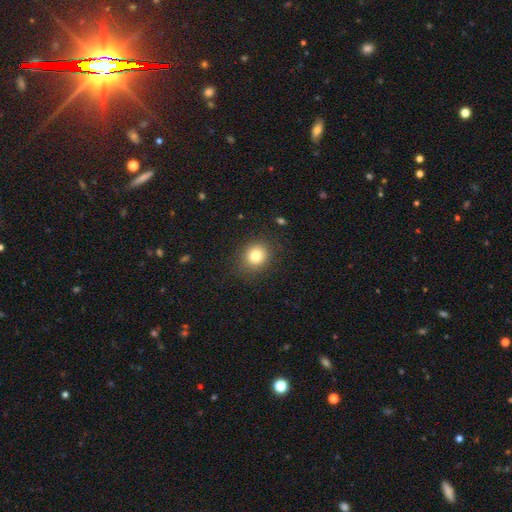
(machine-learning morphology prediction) This appears to be a smooth galaxy with no disk features (81%) that is round (81%). Merging: none (85%).